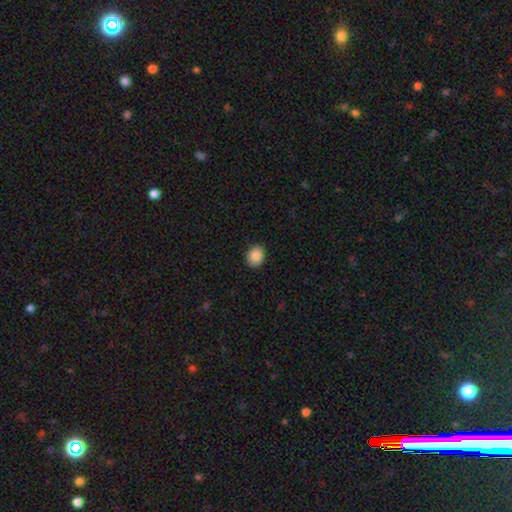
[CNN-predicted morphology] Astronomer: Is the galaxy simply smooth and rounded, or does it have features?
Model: smooth — 88%.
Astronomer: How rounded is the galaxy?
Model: round — 57% (runner-up: in between, 42%).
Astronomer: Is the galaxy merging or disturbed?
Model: none — 89%.